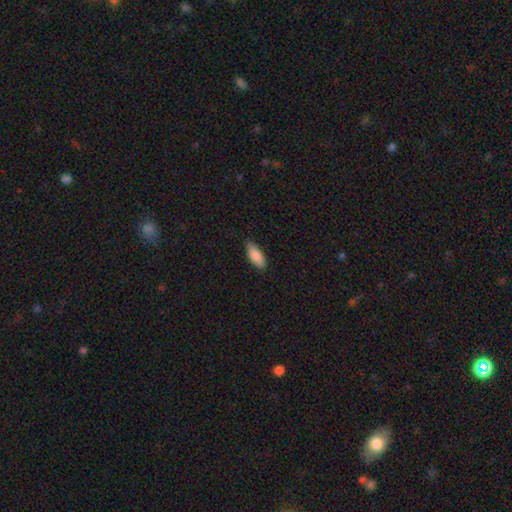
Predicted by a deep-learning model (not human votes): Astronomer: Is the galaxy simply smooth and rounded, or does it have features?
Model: smooth — 89%.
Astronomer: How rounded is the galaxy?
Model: in between — 77%.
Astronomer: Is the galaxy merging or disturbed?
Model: none — 85%.